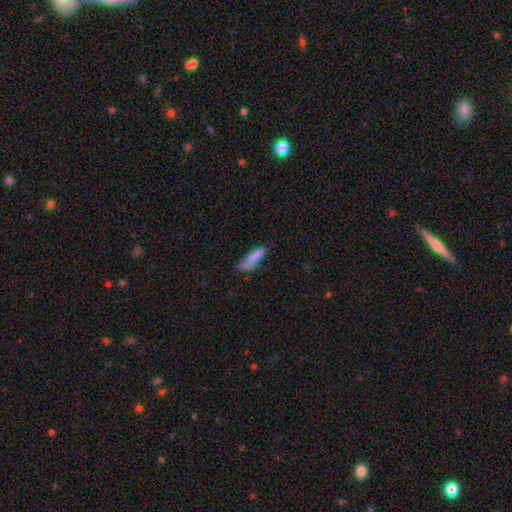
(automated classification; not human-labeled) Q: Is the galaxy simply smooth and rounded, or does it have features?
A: smooth — 79%.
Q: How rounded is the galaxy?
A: cigar-shaped — 70%.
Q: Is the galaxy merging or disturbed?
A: none — 52%.